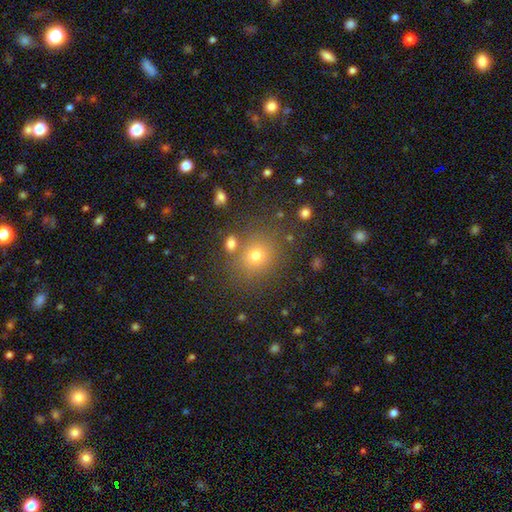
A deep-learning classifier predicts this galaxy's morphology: Q: Smooth or featured?
A: smooth (71%); runner-up: star or artifact (19%)
Q: How rounded?
A: round (75%); runner-up: in between (24%)
Q: Merging?
A: none (77%); runner-up: minor disturbance (10%)